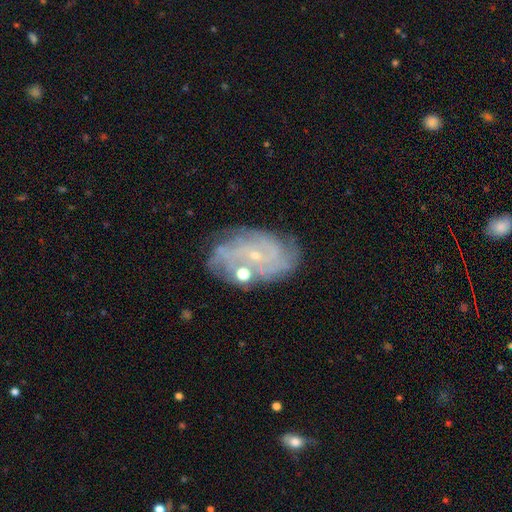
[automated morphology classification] smooth_or_featured: featured or disk (p=0.74) [alt: smooth p=0.14]
disk_edge_on: no (p=0.96) [alt: yes p=0.04]
bar: no (p=0.66) [alt: weak p=0.27]
has_spiral_arms: yes (p=0.89) [alt: no p=0.11]
spiral_winding: tight (p=0.60) [alt: medium p=0.29]
spiral_arm_count: can't tell (p=0.42) [alt: 4 p=0.16]
bulge_size: small (p=0.80) [alt: moderate p=0.14]
merging: none (p=0.74) [alt: minor disturbance p=0.15]